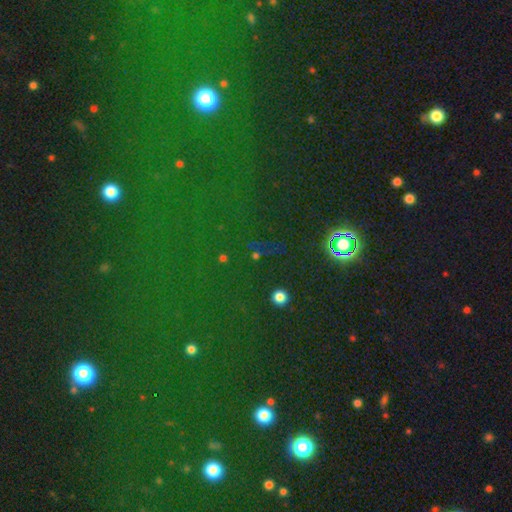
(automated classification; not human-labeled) smooth_or_featured: star or artifact (p=0.71) [alt: smooth p=0.21]